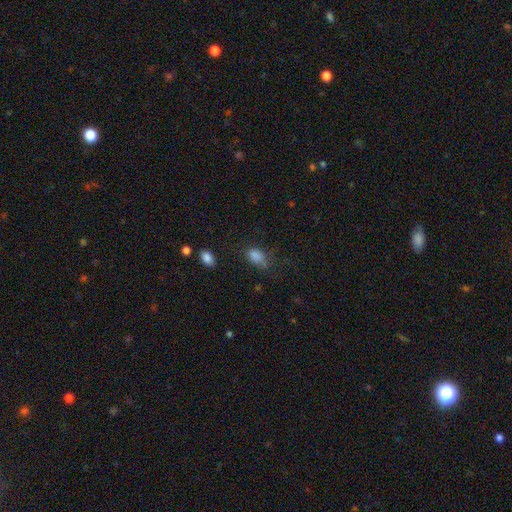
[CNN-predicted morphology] type=smooth (81%); roundness=in between (79%); merging=none (52%).